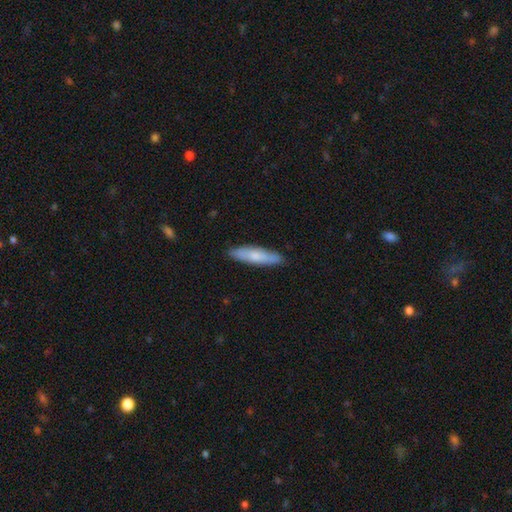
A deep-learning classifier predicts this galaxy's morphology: Overall: smooth (71%). How rounded: cigar-shaped (79%). Merging: none (89%).